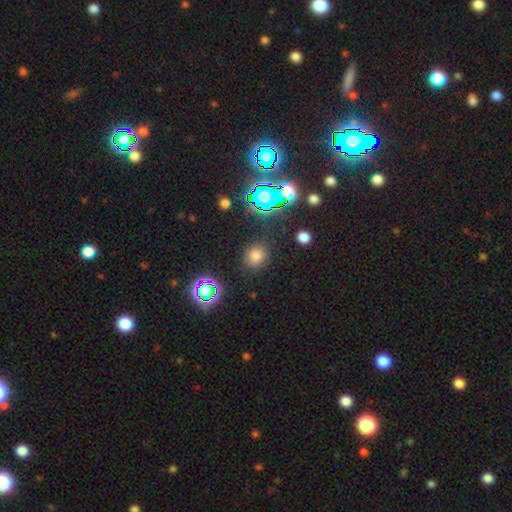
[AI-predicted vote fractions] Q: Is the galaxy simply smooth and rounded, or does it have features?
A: smooth — 72%.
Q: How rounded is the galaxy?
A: round — 74%.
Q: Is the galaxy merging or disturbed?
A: none — 85%.